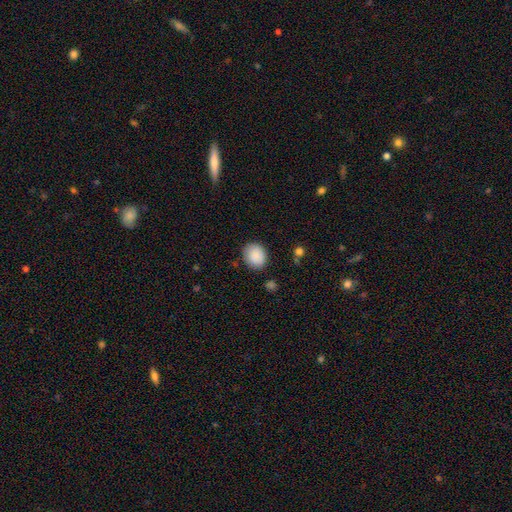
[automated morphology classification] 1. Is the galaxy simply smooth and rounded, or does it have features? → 89% smooth, 7% star or artifact, 4% featured or disk.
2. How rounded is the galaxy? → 61% round, 38% in between, 1% cigar-shaped.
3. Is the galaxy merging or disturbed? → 83% none, 12% minor disturbance, 3% major disturbance, 2% merger.